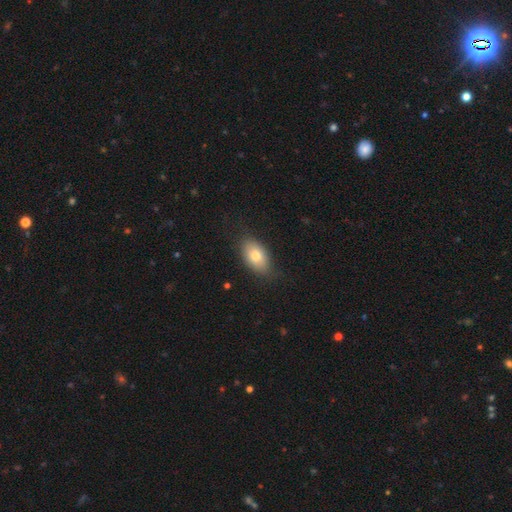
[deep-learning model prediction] smooth 77%, featured or disk 15%, star or artifact 7%. Down the decision tree: how rounded — in between (92%); merging — none (78%).